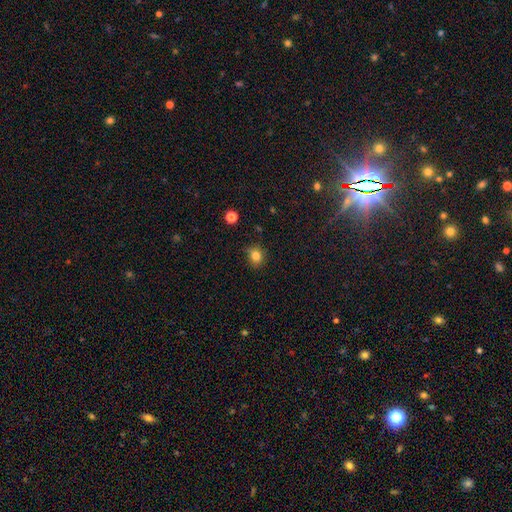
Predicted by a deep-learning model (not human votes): Q: Smooth or featured?
A: smooth (81%); runner-up: star or artifact (13%)
Q: How rounded?
A: round (72%); runner-up: in between (27%)
Q: Merging?
A: none (78%); runner-up: minor disturbance (17%)